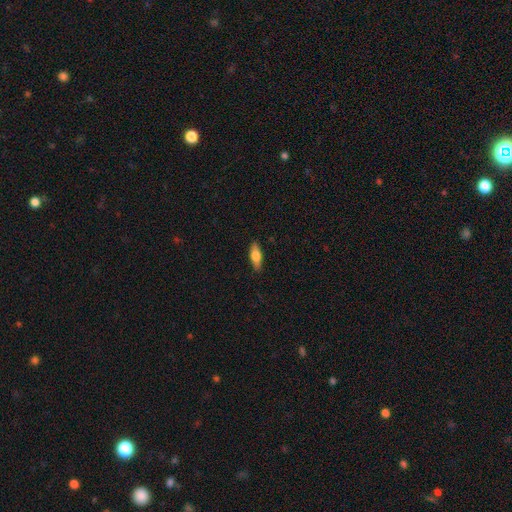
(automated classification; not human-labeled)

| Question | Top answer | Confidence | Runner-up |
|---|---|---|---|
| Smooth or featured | smooth | 65% | featured or disk (28%) |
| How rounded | in between | 58% | cigar-shaped (40%) |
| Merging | none | 88% | minor disturbance (9%) |